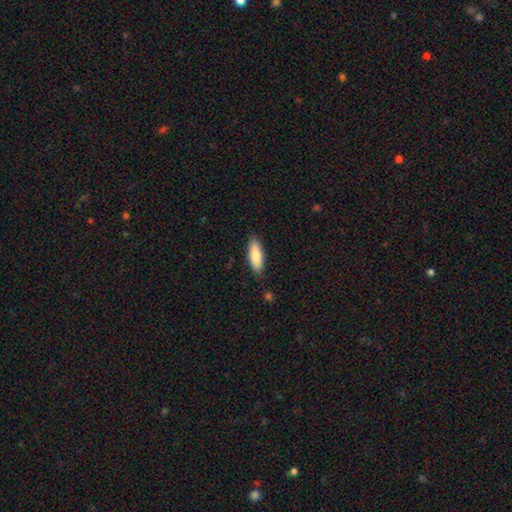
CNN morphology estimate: Smooth or featured: smooth — 81% (featured or disk — 13%)
How rounded: in between — 64% (cigar-shaped — 34%)
Merging: none — 85% (minor disturbance — 12%)